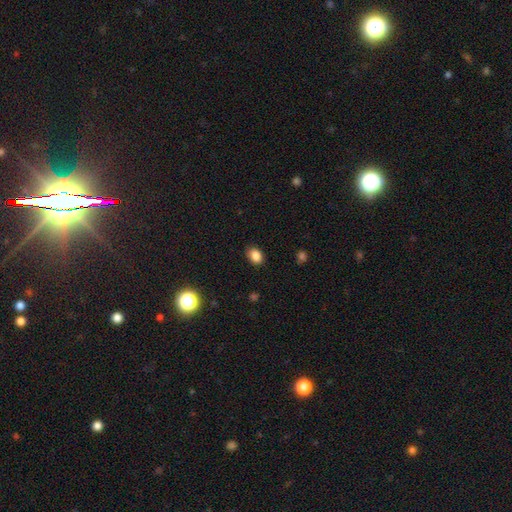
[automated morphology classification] type=smooth (85%); roundness=in between (69%); merging=none (85%).